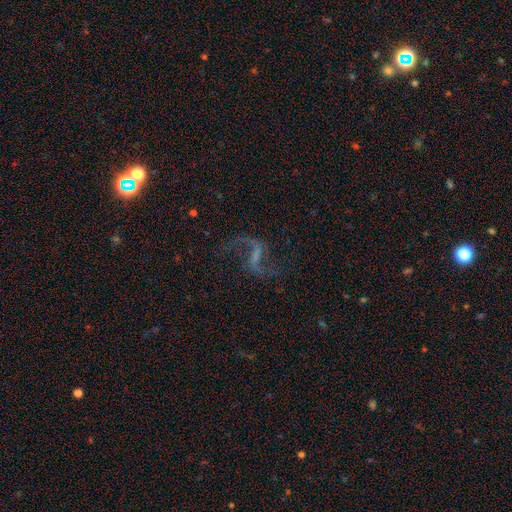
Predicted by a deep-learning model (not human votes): The model was most divided on "bar": weak: 44%, strong: 40%, no: 15%. More confident: edge-on disk — no (97%); spiral arms — yes (96%); spiral arm count — 2 (92%); smooth or featured — featured or disk (86%); spiral winding — loose (85%); merging — none (73%); bulge size — none (54%).